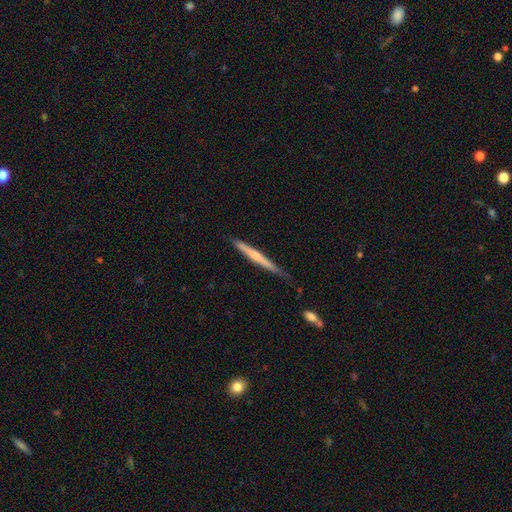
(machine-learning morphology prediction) type=featured or disk (53%); edge-on=yes (97%); edge-on bulge=rounded (54%); merging=none (76%).